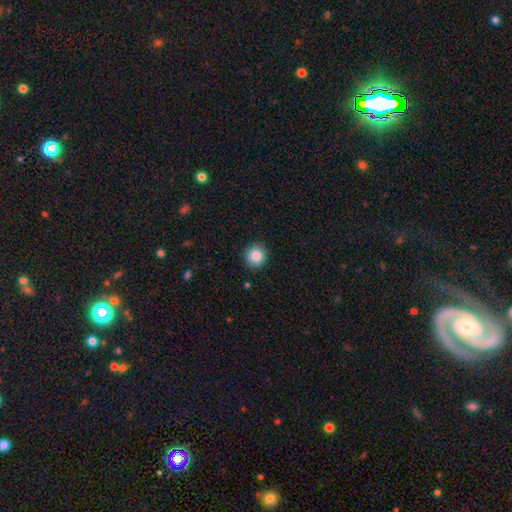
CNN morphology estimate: This is clearly a smooth galaxy (86%). How rounded: clearly round (91%). Merging: clearly none (90%).